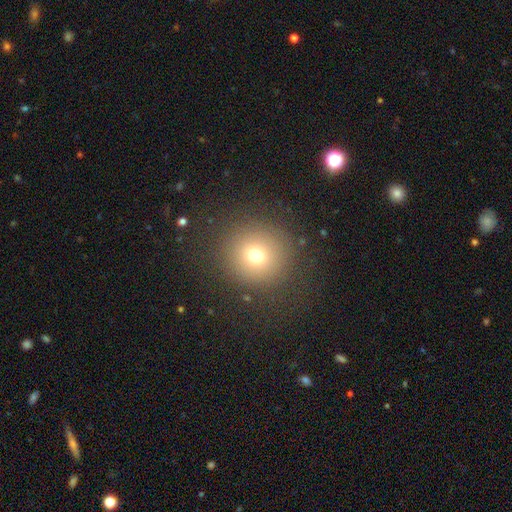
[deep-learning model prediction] smooth 70%, star or artifact 18%, featured or disk 12%. Down the decision tree: how rounded — round (93%); merging — none (86%).